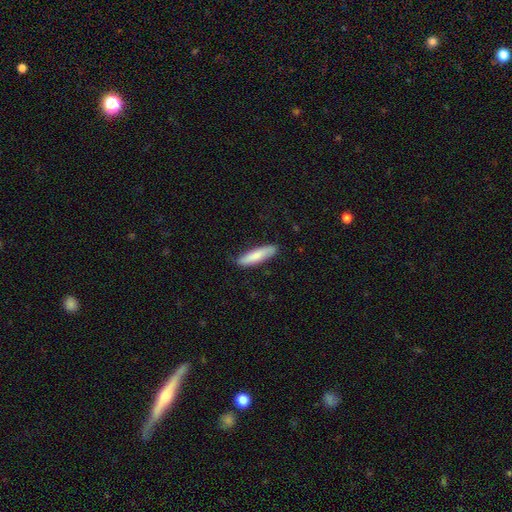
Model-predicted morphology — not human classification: A smooth galaxy with no disk features (77%) that is cigar-shaped (73%).

Vote fractions:
- Smooth or featured? smooth: 77% / featured or disk: 18% / star or artifact: 5%
- How rounded? cigar-shaped: 73% / in between: 25% / round: 1%
- Merging? none: 83% / minor disturbance: 14% / major disturbance: 2% / merger: 1%